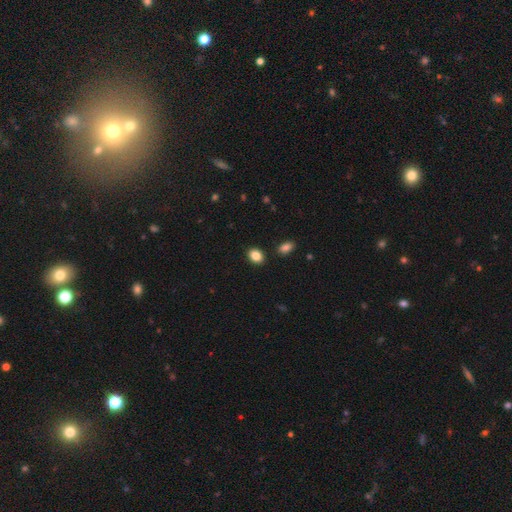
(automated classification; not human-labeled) Morphology: type=smooth (86%); roundness=in between (60%); merging=none (88%).